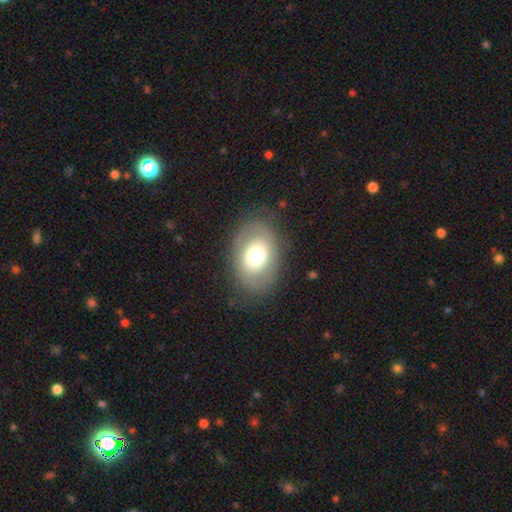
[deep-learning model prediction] Q: Smooth or featured?
A: smooth (59%); runner-up: featured or disk (33%)
Q: How rounded?
A: in between (73%); runner-up: round (26%)
Q: Merging?
A: none (79%); runner-up: minor disturbance (13%)